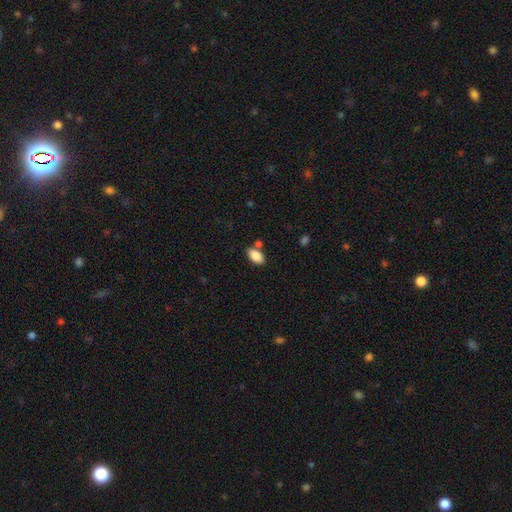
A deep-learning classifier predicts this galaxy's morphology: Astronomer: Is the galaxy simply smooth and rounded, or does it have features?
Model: smooth — 86%.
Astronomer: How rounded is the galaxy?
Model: in between — 93%.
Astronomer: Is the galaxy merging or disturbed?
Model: none — 73%.